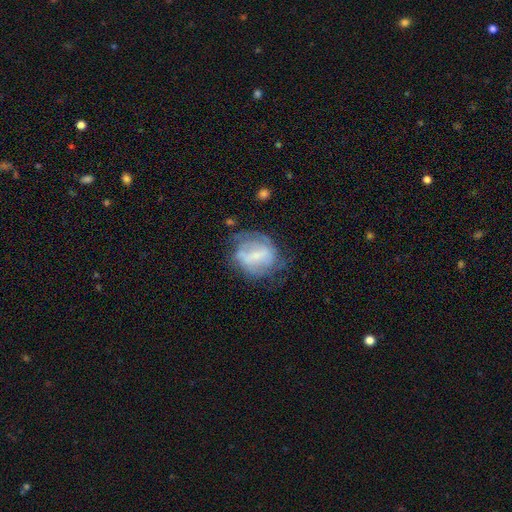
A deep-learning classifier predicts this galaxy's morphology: Q: Smooth or featured?
A: featured or disk (62%); runner-up: smooth (29%)
Q: Edge-on disk?
A: no (96%); runner-up: yes (4%)
Q: Bar?
A: weak (43%); runner-up: strong (35%)
Q: Spiral arms?
A: yes (64%); runner-up: no (36%)
Q: Bulge size?
A: small (40%); runner-up: none (28%)
Q: Merging?
A: none (51%); runner-up: minor disturbance (25%)